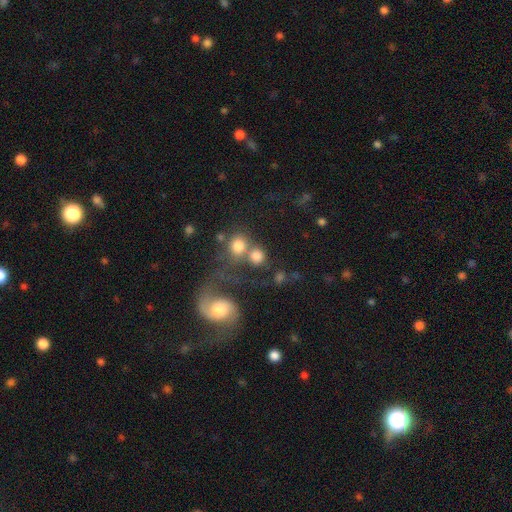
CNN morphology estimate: A smooth galaxy with no disk features (71%) that is round (83%). Merging: none (45%).